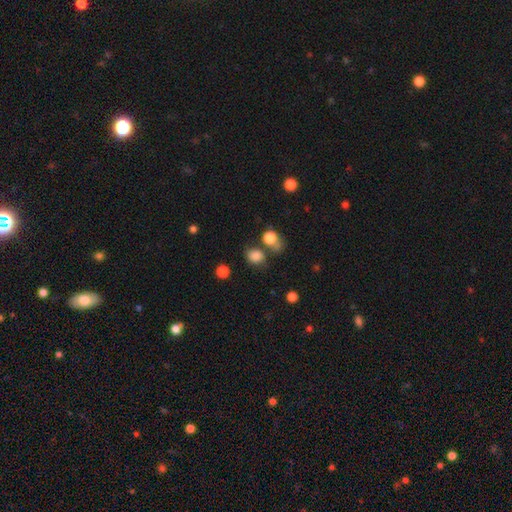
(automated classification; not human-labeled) smooth_or_featured: smooth (p=0.82) [alt: star or artifact p=0.13]
how_rounded: round (p=0.62) [alt: in between p=0.37]
merging: none (p=0.64) [alt: minor disturbance p=0.15]